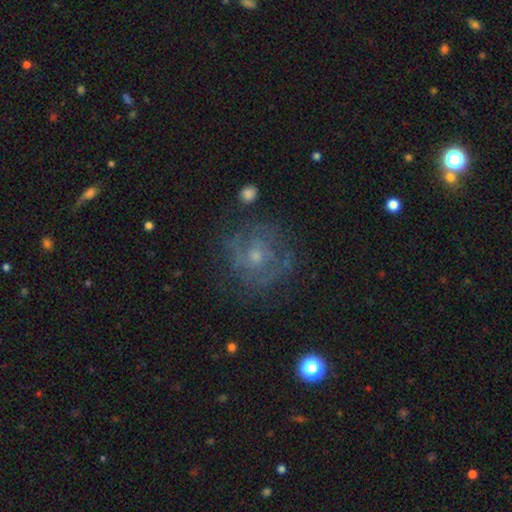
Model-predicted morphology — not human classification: Smooth or featured: featured or disk — 64% (smooth — 22%)
Edge-on disk: no — 97% (yes — 3%)
Bar: no — 79% (weak — 18%)
Spiral arms: yes — 68% (no — 32%)
Bulge size: small — 52% (moderate — 40%)
Merging: none — 71% (minor disturbance — 16%)